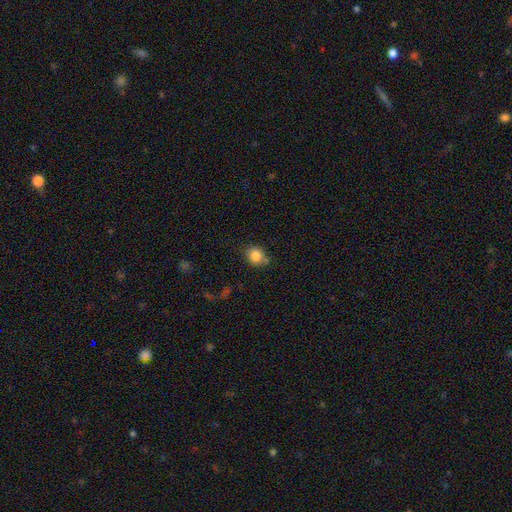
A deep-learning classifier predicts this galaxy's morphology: Smooth or featured?
  - smooth: 84% *
  - star or artifact: 10%
  - featured or disk: 6%
How rounded?
  - round: 68% *
  - in between: 31%
  - cigar-shaped: 1%
Merging?
  - none: 69% *
  - minor disturbance: 21%
  - major disturbance: 5%
  - merger: 4%